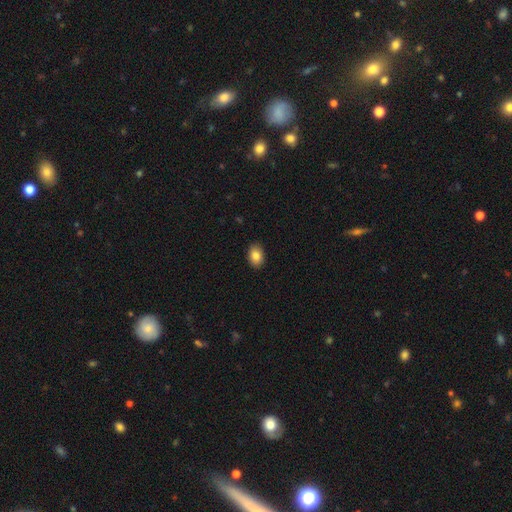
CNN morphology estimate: This is clearly a smooth galaxy (85%). How rounded: clearly in between (84%). Merging: clearly none (90%).